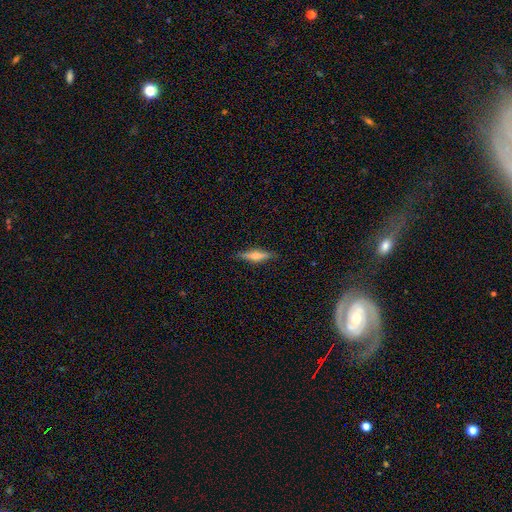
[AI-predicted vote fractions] Overall: featured or disk (51%; smooth 42%). Edge-on disk: yes (95%). Merging: none (87%).